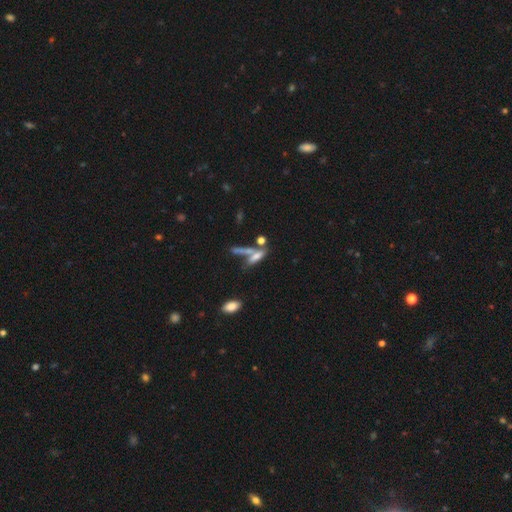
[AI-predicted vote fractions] A smooth galaxy with no disk features (54%) that is cigar-shaped (61%). Merging: none (38%, tied with merger).